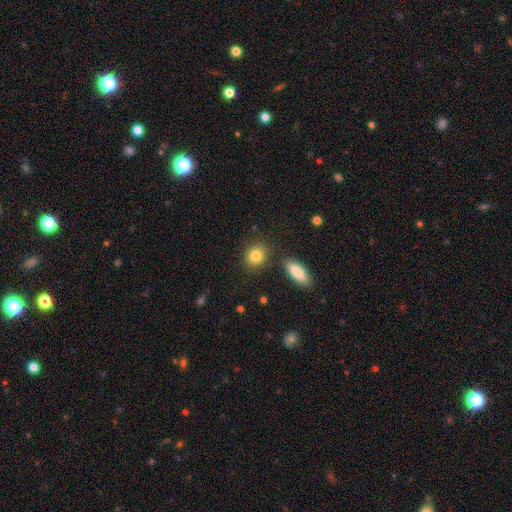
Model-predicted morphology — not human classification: A smooth galaxy with no disk features (84%) that is round (61%).

Vote fractions:
- Smooth or featured? smooth: 84% / star or artifact: 9% / featured or disk: 8%
- How rounded? round: 61% / in between: 37% / cigar-shaped: 2%
- Merging? none: 82% / minor disturbance: 9% / merger: 7% / major disturbance: 3%